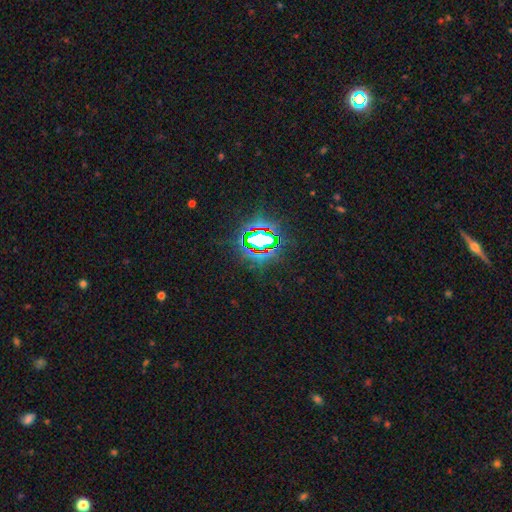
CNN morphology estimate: Smooth or featured? star or artifact (83%)